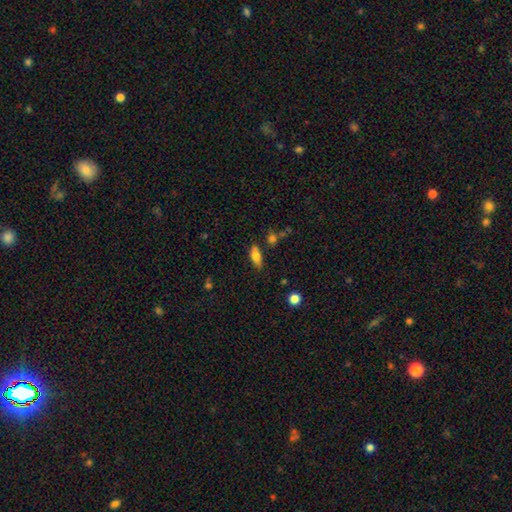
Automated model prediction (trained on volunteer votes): smooth-or-featured: smooth: 73% | featured or disk: 18% | star or artifact: 8%
  how-rounded: in between: 76% | cigar-shaped: 20% | round: 3%
  merging: none: 75% | minor disturbance: 16% | merger: 5% | major disturbance: 4%